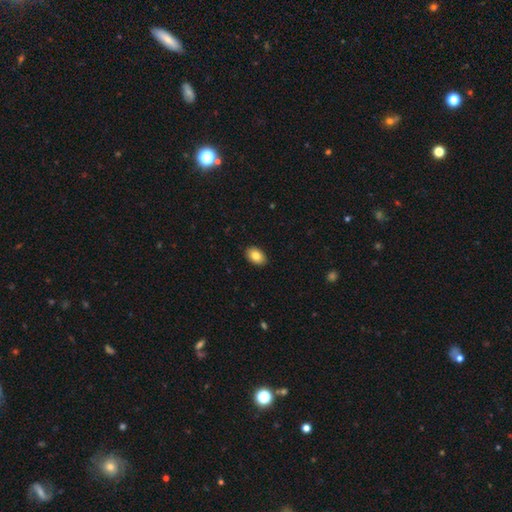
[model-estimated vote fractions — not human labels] This is clearly a smooth galaxy (83%). How rounded: clearly in between (86%). Merging: clearly none (90%).